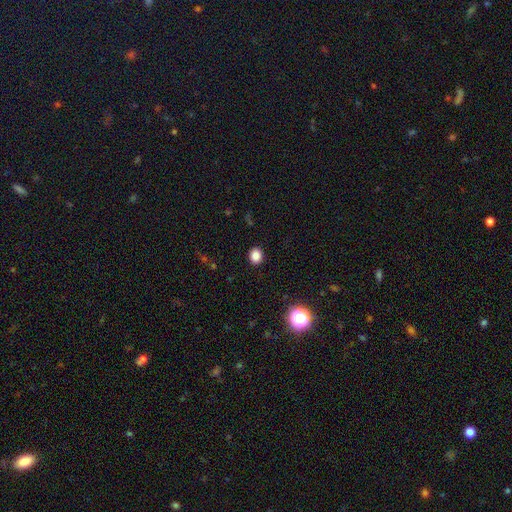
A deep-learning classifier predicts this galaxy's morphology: Smooth or featured: smooth — 85% (star or artifact — 12%)
How rounded: round — 67% (in between — 32%)
Merging: none — 91% (minor disturbance — 6%)